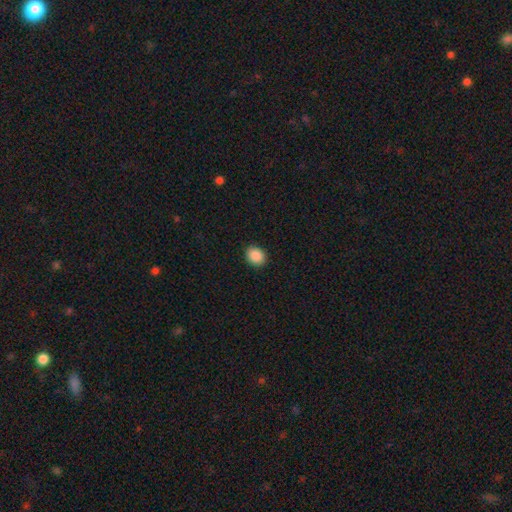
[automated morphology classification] type=smooth (89%); roundness=round (54%); merging=none (90%).